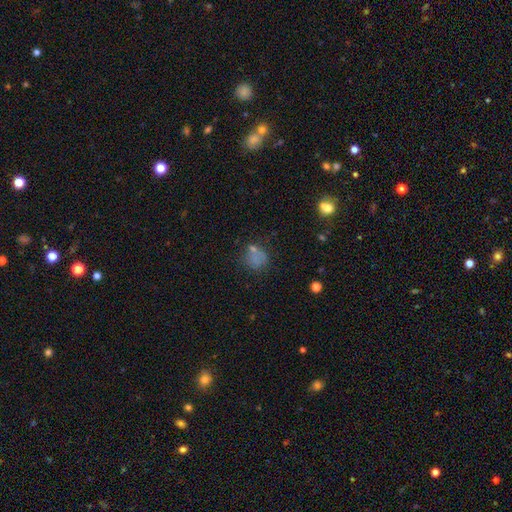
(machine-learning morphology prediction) Smooth or featured? smooth (62%)
How rounded? round (69%)
Merging? none (55%)